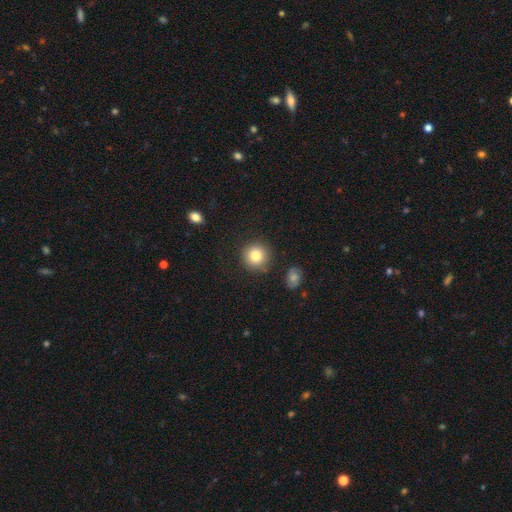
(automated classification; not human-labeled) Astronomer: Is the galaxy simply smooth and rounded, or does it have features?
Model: smooth — 84%.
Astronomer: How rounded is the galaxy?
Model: round — 93%.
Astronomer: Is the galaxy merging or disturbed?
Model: none — 86%.